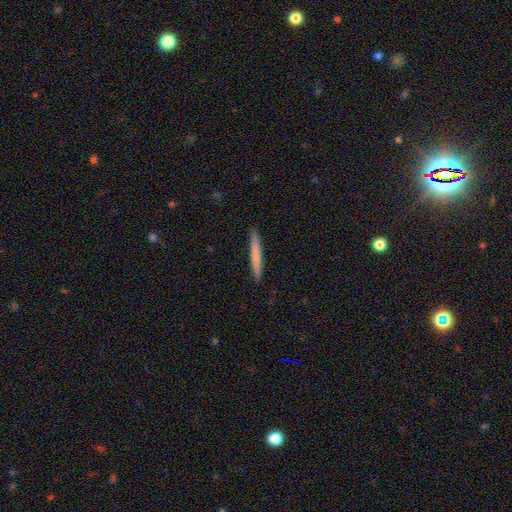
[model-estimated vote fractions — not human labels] smooth 74%, featured or disk 21%, star or artifact 5%. Down the decision tree: how rounded — cigar-shaped (96%); merging — none (92%).